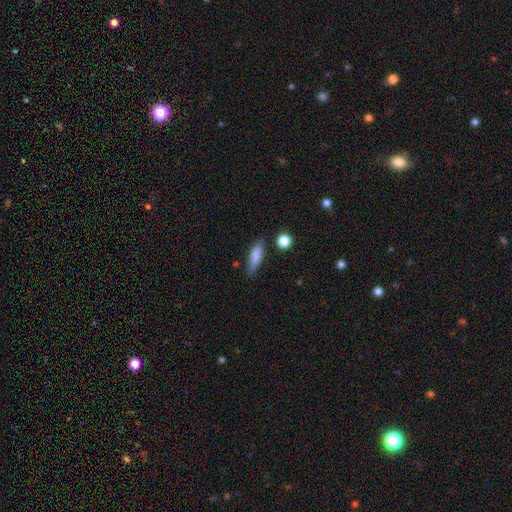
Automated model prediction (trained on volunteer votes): smooth-or-featured: smooth: 81% | featured or disk: 12% | star or artifact: 7%
  how-rounded: cigar-shaped: 57% | in between: 40% | round: 3%
  merging: none: 79% | minor disturbance: 14% | merger: 3% | major disturbance: 3%